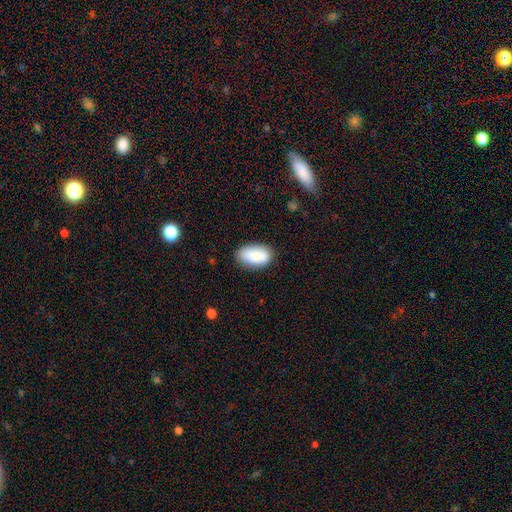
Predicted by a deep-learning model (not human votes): Overall: smooth (85%). How rounded: in between (94%). Merging: none (79%).